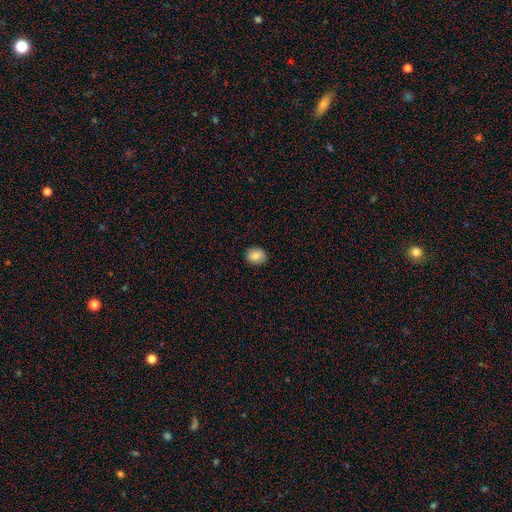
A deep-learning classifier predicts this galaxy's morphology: Smooth or featured? smooth (85%)
How rounded? round (52%)
Merging? none (89%)